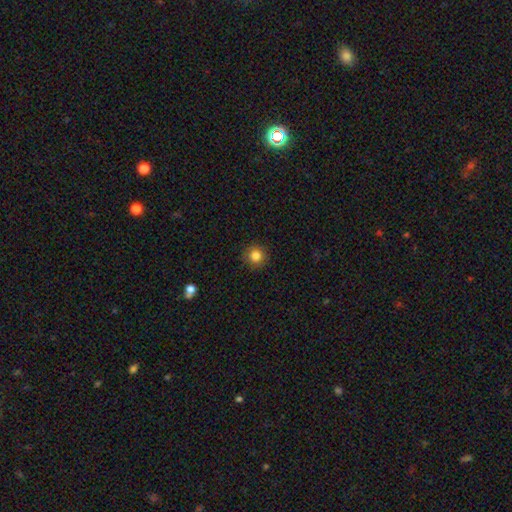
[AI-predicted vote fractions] Overall: smooth (83%). How rounded: round (94%). Merging: none (90%).